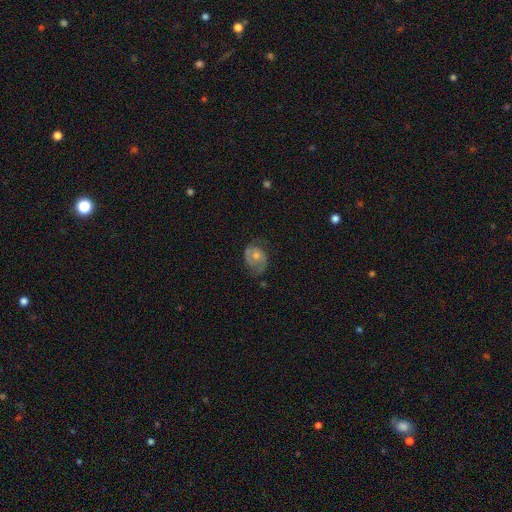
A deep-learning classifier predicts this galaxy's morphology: Q: Smooth or featured?
A: featured or disk (56%); runner-up: smooth (36%)
Q: Edge-on disk?
A: no (97%); runner-up: yes (3%)
Q: Bar?
A: no (77%); runner-up: weak (19%)
Q: Spiral arms?
A: yes (73%); runner-up: no (27%)
Q: Bulge size?
A: moderate (57%); runner-up: small (35%)
Q: Merging?
A: none (52%); runner-up: minor disturbance (28%)